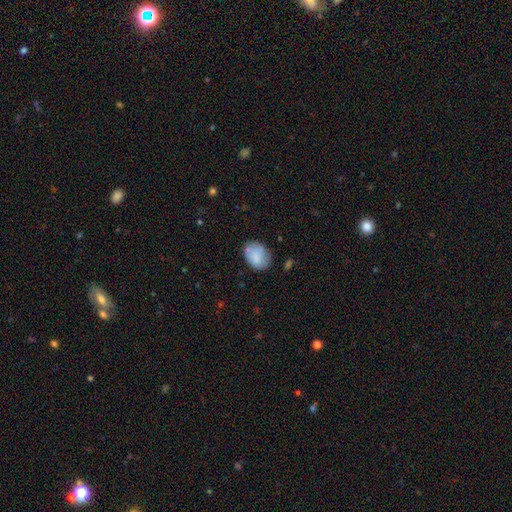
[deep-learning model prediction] Smooth or featured?
  - smooth: 80% *
  - featured or disk: 12%
  - star or artifact: 7%
How rounded?
  - in between: 70% *
  - round: 29%
  - cigar-shaped: 1%
Merging?
  - none: 66% *
  - minor disturbance: 22%
  - major disturbance: 6%
  - merger: 6%